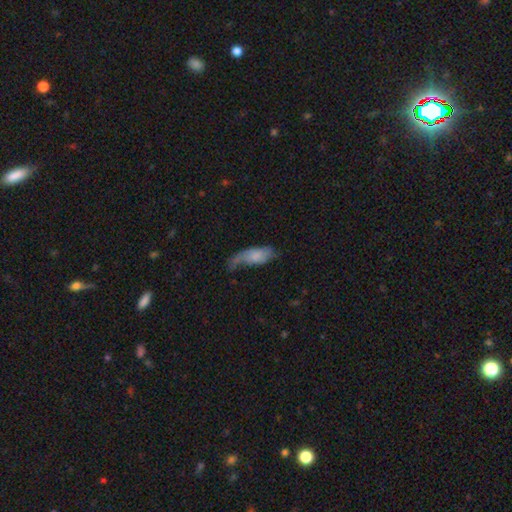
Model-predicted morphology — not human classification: Q: Smooth or featured?
A: smooth (66%); runner-up: featured or disk (26%)
Q: How rounded?
A: in between (83%); runner-up: cigar-shaped (14%)
Q: Merging?
A: minor disturbance (34%); runner-up: major disturbance (33%)